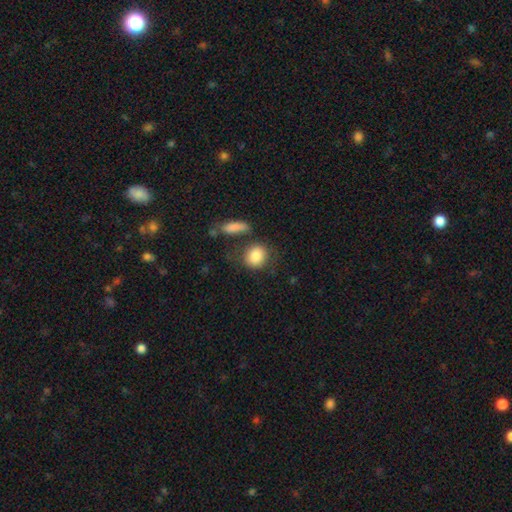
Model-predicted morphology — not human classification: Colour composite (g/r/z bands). It shows a smooth galaxy with no disk features (85%) that is round (67%). Merging: none (62%).